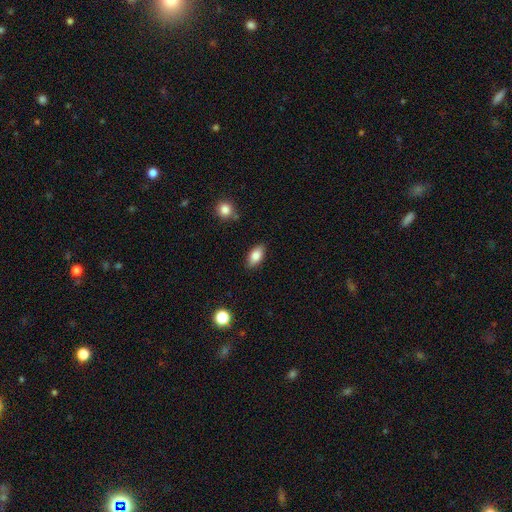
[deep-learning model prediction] The model was most divided on "smooth or featured": smooth: 82%, featured or disk: 11%, star or artifact: 8%. More confident: how rounded — in between (90%); merging — none (86%).